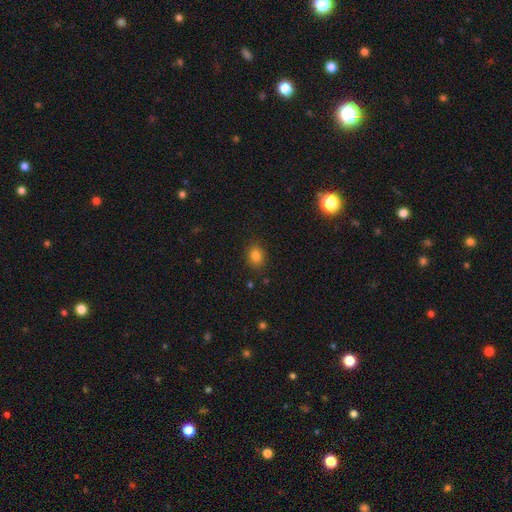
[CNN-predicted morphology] This appears to be a smooth galaxy with no disk features (81%) that is round (57%). Merging: none (87%).